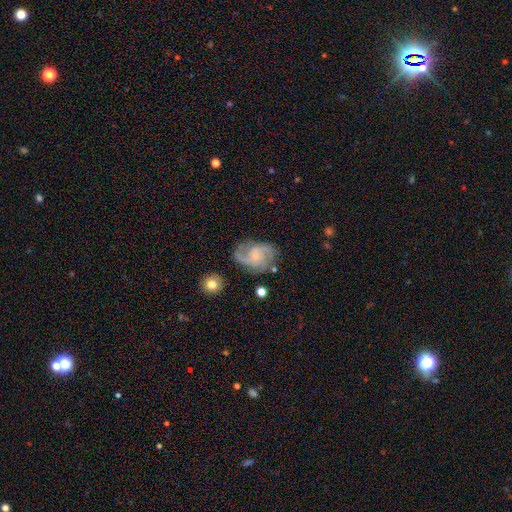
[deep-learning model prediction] This appears to be a featured or disk galaxy (87%) with no bar (70%), 2 (42%) medium (53%) spiral arms (97%) and a small central bulge (77%). Merging: none (70%).